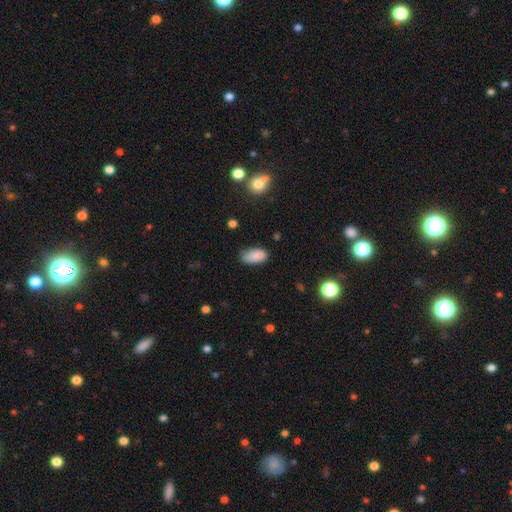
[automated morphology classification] Smooth or featured? smooth (84%)
How rounded? in between (92%)
Merging? none (60%)